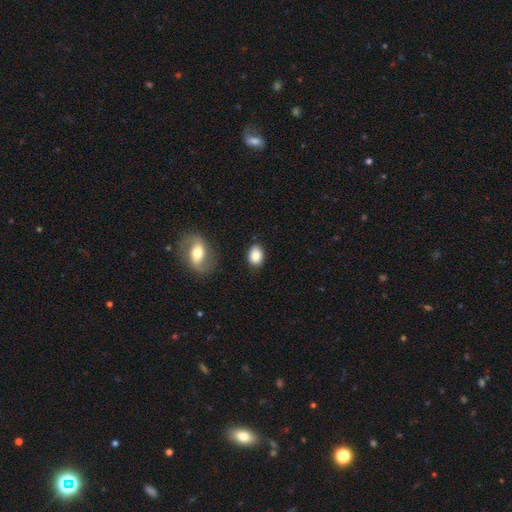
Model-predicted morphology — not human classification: type=smooth (84%); roundness=in between (70%); merging=none (83%).